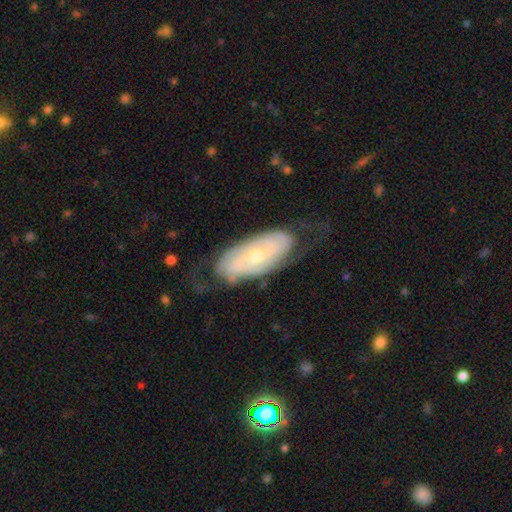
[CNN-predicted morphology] Smooth or featured? Predicted: featured or disk (p=0.78). Edge-on disk? Predicted: no (p=0.91). Bar? Predicted: no (p=0.54). Spiral arms? Predicted: yes (p=0.92). Spiral winding? Predicted: tight (p=0.62). Spiral arm count? Predicted: 2 (p=0.48). Bulge size? Predicted: moderate (p=0.55). Merging? Predicted: none (p=0.65).